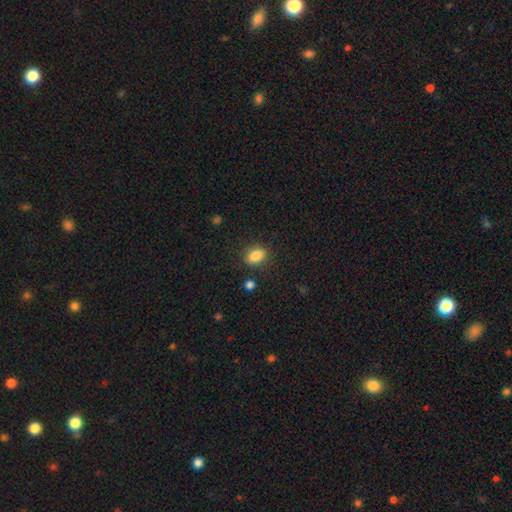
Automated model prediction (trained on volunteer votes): The model was most divided on "how rounded": in between: 74%, round: 24%, cigar-shaped: 2%. More confident: smooth or featured — smooth (85%); merging — none (84%).